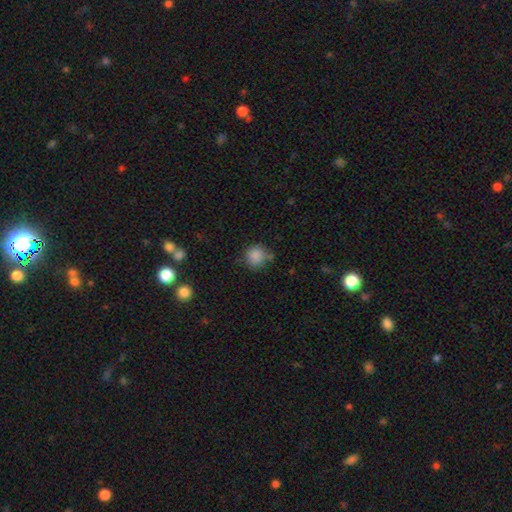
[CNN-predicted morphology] smooth-or-featured: smooth: 85% | star or artifact: 10% | featured or disk: 5%
  how-rounded: round: 89% | in between: 10% | cigar-shaped: 1%
  merging: none: 69% | minor disturbance: 19% | merger: 7% | major disturbance: 5%